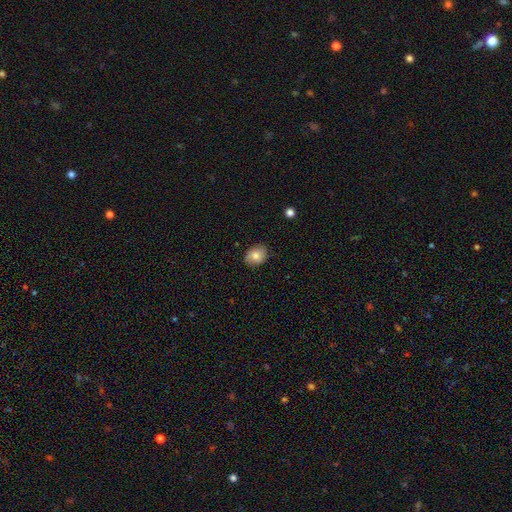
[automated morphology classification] The model was most divided on "how rounded": in between: 58%, round: 41%, cigar-shaped: 1%. More confident: merging — none (84%); smooth or featured — smooth (79%).